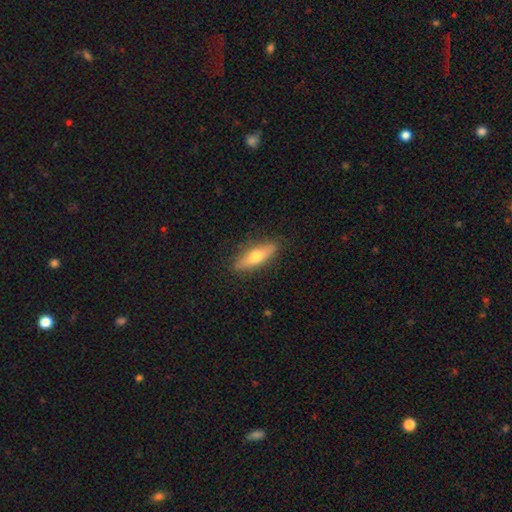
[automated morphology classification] A smooth galaxy with no disk features (57%) that is cigar-shaped (53%).

Vote fractions:
- Smooth or featured? smooth: 57% / featured or disk: 37% / star or artifact: 6%
- How rounded? cigar-shaped: 53% / in between: 44% / round: 3%
- Merging? none: 86% / minor disturbance: 11% / major disturbance: 2% / merger: 1%